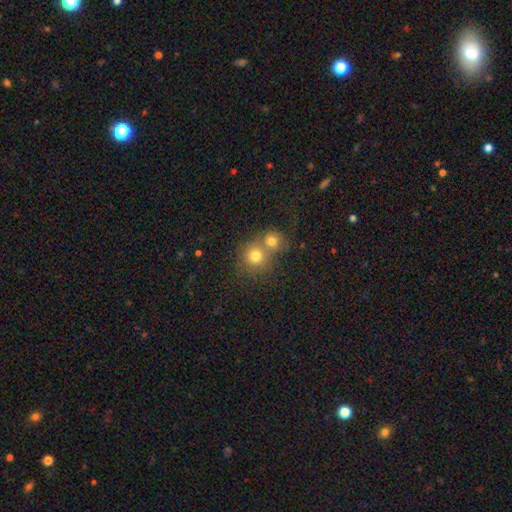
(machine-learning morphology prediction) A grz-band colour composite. It shows a smooth galaxy with no disk features (76%) that is round (87%). Merging: merger (50%).